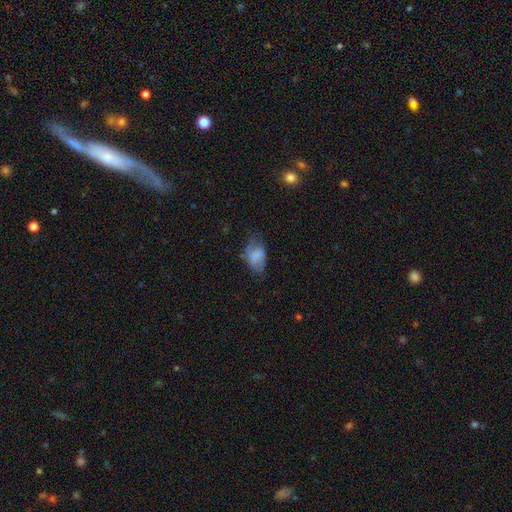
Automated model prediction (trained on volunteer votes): A smooth galaxy with no disk features (73%) that is in between round and cigar-shaped (88%).

Vote fractions:
- Smooth or featured? smooth: 73% / featured or disk: 17% / star or artifact: 9%
- How rounded? in between: 88% / round: 10% / cigar-shaped: 2%
- Merging? none: 44% / minor disturbance: 34% / major disturbance: 20% / merger: 2%